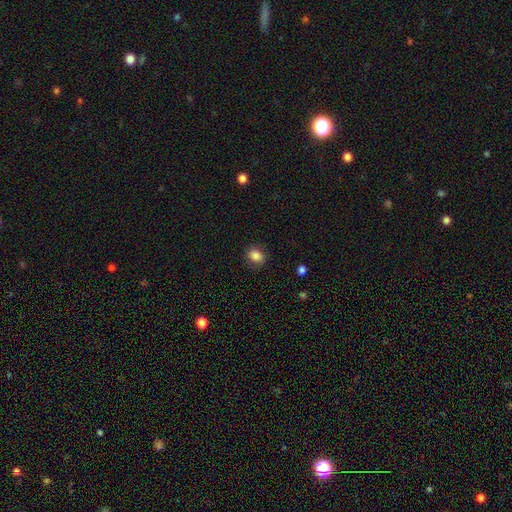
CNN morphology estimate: Overall: smooth (85%). How rounded: round (50%; in between 49%). Merging: none (82%).